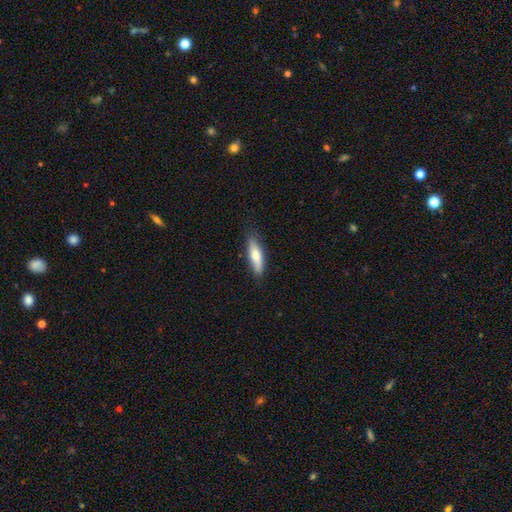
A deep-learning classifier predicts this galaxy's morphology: A smooth galaxy with no disk features (72%) that is cigar-shaped (56%). Merging: none (81%).